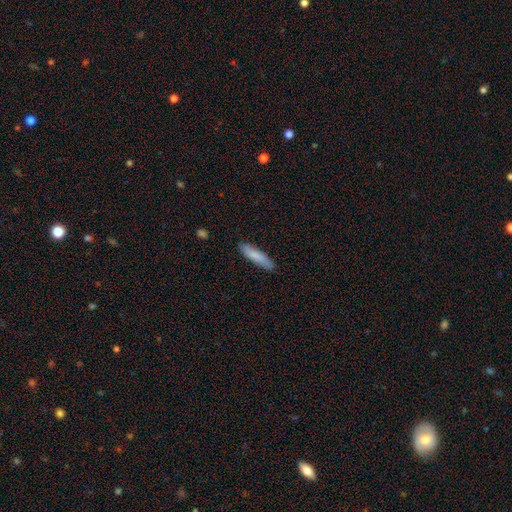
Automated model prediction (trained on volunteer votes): Overall: smooth (82%). How rounded: cigar-shaped (78%). Merging: none (86%).